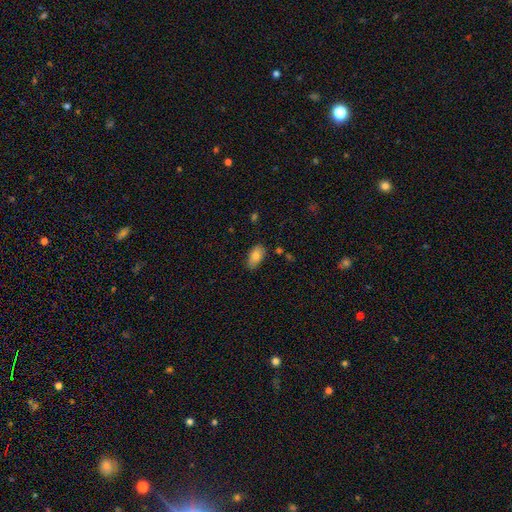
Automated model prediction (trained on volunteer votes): Smooth or featured? smooth (84%)
How rounded? in between (92%)
Merging? none (78%)